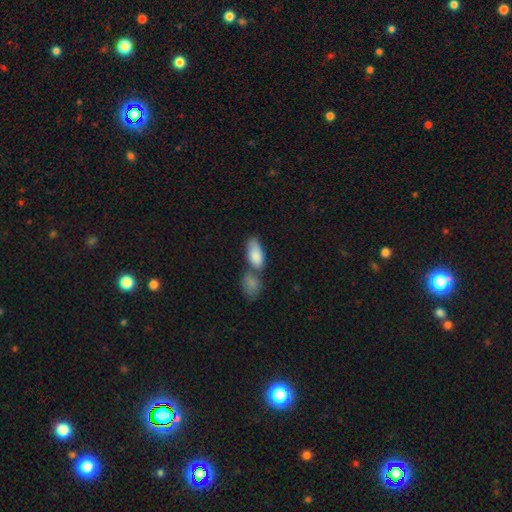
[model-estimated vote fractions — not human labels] Morphology: type=smooth (85%); roundness=in between (88%); merging=merger (47%).